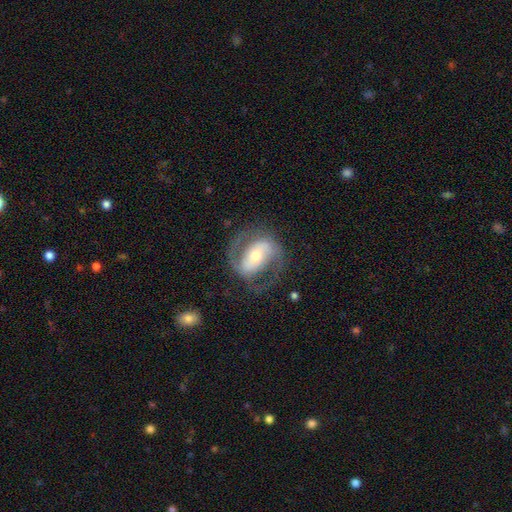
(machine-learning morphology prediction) smooth_or_featured: featured or disk (p=0.82) [alt: smooth p=0.13]
disk_edge_on: no (p=0.96) [alt: yes p=0.04]
bar: strong (p=0.48) [alt: weak p=0.29]
has_spiral_arms: yes (p=0.88) [alt: no p=0.12]
spiral_winding: medium (p=0.52) [alt: tight p=0.24]
spiral_arm_count: 2 (p=0.88) [alt: can't tell p=0.06]
bulge_size: moderate (p=0.57) [alt: small p=0.34]
merging: none (p=0.69) [alt: minor disturbance p=0.15]